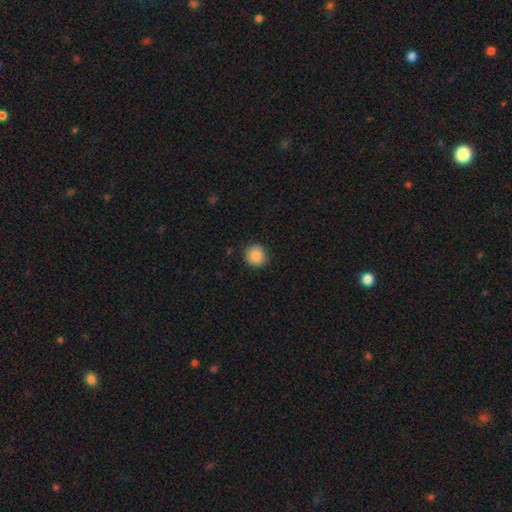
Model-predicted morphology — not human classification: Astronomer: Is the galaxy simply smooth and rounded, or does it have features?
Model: smooth — 88%.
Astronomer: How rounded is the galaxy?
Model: round — 90%.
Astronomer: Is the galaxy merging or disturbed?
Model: none — 88%.